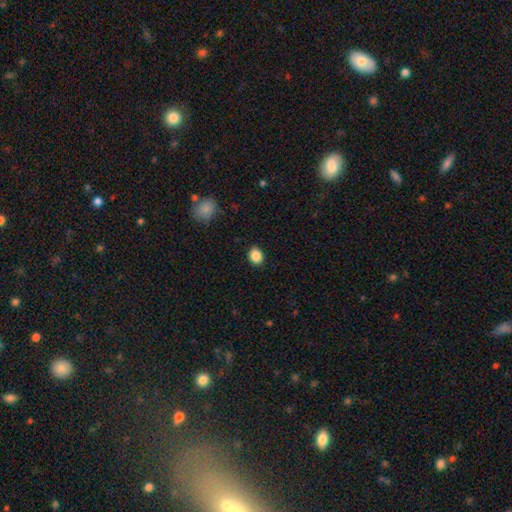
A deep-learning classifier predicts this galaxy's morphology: Q: Smooth or featured?
A: smooth (87%); runner-up: star or artifact (9%)
Q: How rounded?
A: round (54%); runner-up: in between (45%)
Q: Merging?
A: none (89%); runner-up: minor disturbance (7%)